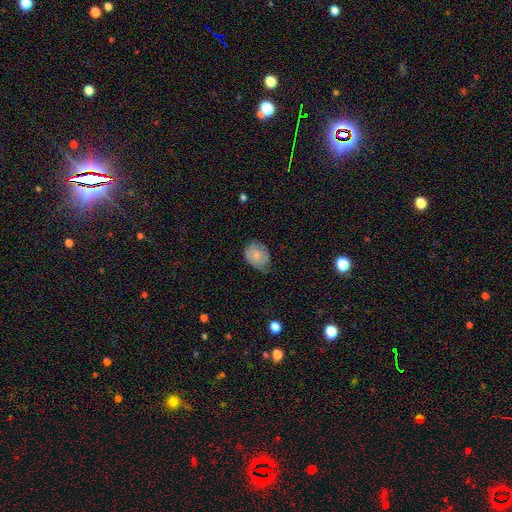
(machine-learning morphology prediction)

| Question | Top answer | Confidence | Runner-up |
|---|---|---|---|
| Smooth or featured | smooth | 59% | featured or disk (34%) |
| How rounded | in between | 62% | round (37%) |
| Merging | none | 52% | minor disturbance (36%) |